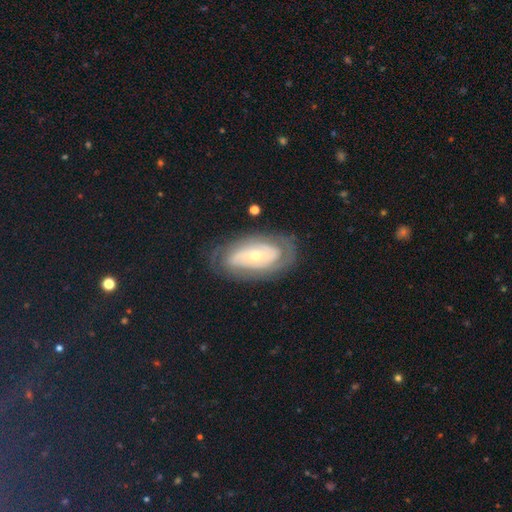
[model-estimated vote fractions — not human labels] The model was most divided on "bulge size": small: 65%, moderate: 31%, large: 2%, dominant: 1%, none: 1%. More confident: edge-on disk — no (93%); bar — no (80%); merging — none (74%); smooth or featured — featured or disk (74%); spiral arms — yes (71%).